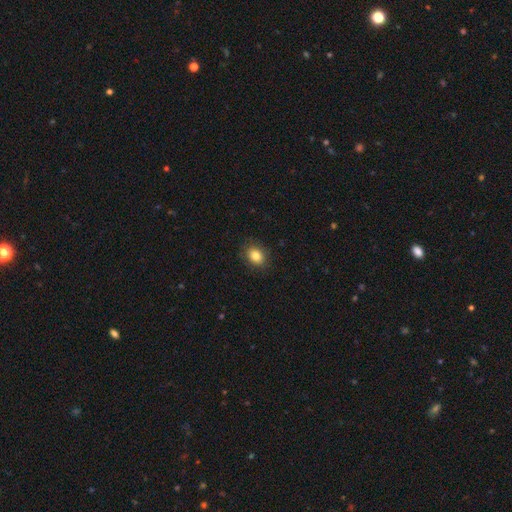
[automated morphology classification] type=smooth (84%); roundness=in between (58%); merging=none (88%).